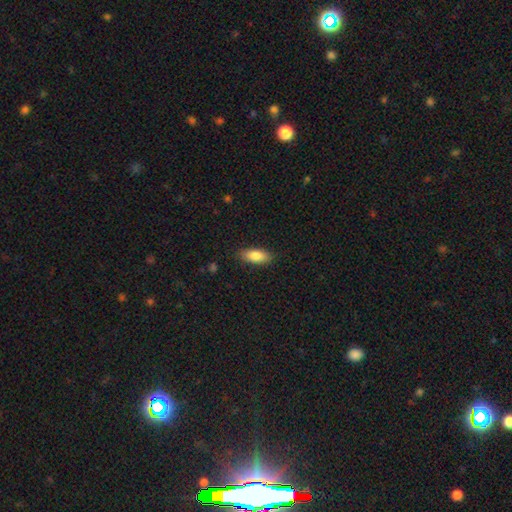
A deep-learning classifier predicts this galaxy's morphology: smooth_or_featured: smooth (p=0.83) [alt: featured or disk p=0.10]
how_rounded: in between (p=0.81) [alt: cigar-shaped p=0.17]
merging: none (p=0.87) [alt: minor disturbance p=0.10]